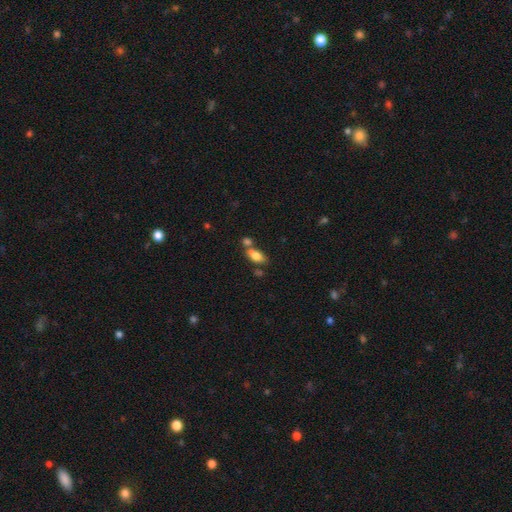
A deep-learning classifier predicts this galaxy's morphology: smooth_or_featured: smooth (p=0.75) [alt: featured or disk p=0.17]
how_rounded: in between (p=0.84) [alt: cigar-shaped p=0.11]
merging: none (p=0.48) [alt: merger p=0.34]